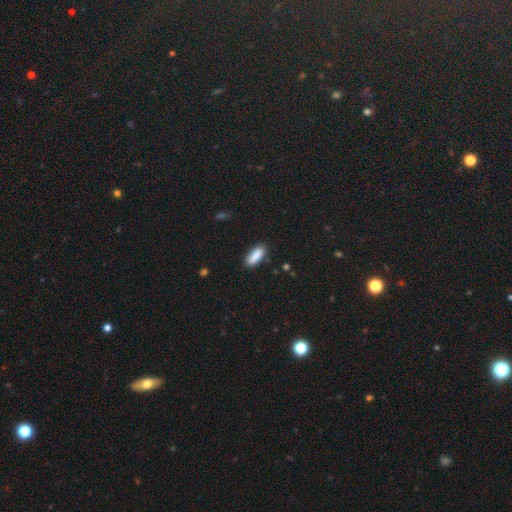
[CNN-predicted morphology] Smooth or featured: smooth — 88% (star or artifact — 7%)
How rounded: in between — 74% (cigar-shaped — 24%)
Merging: none — 85% (minor disturbance — 11%)